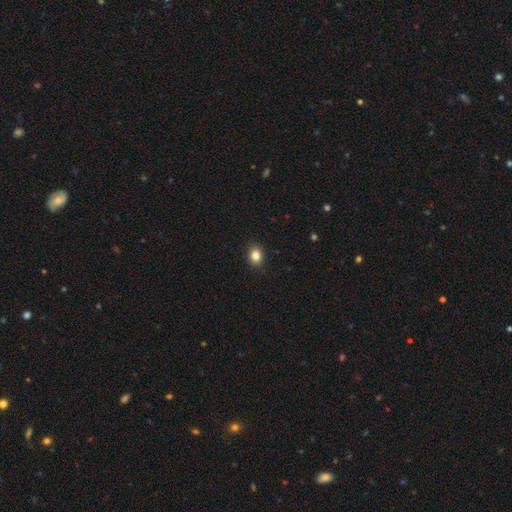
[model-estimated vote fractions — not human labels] A smooth galaxy with no disk features (84%) that is in between round and cigar-shaped (53%).

Vote fractions:
- Smooth or featured? smooth: 84% / star or artifact: 10% / featured or disk: 6%
- How rounded? in between: 53% / round: 46% / cigar-shaped: 1%
- Merging? none: 90% / minor disturbance: 8% / major disturbance: 2% / merger: 1%